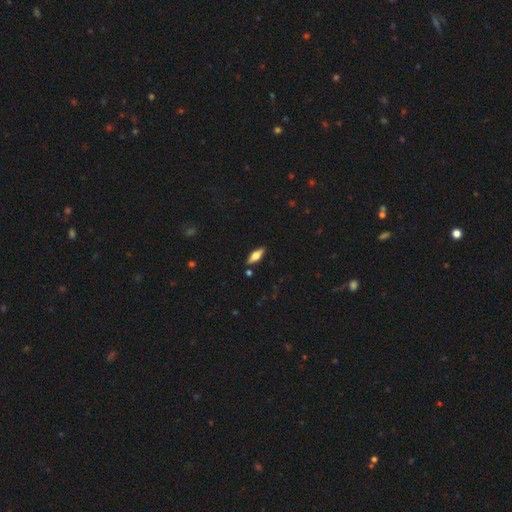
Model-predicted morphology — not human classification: A smooth galaxy with no disk features (56%) that is in between round and cigar-shaped (65%).

Vote fractions:
- Smooth or featured? smooth: 56% / featured or disk: 37% / star or artifact: 7%
- How rounded? in between: 65% / cigar-shaped: 32% / round: 3%
- Merging? none: 86% / minor disturbance: 10% / major disturbance: 2% / merger: 2%